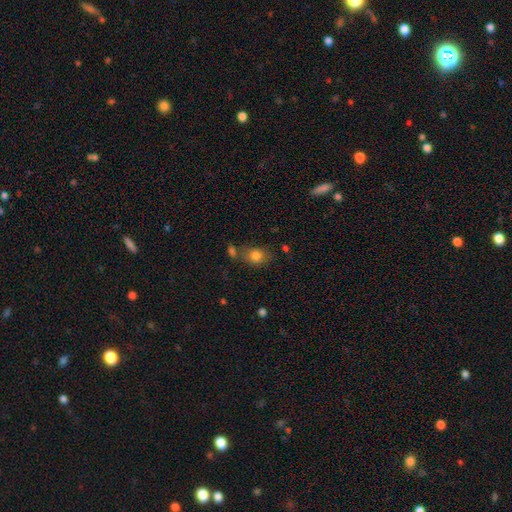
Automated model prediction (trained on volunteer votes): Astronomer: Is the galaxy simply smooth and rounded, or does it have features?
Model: smooth — 80%.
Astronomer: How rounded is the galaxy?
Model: in between — 58% (runner-up: round, 41%).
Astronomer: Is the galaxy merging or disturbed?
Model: none — 61%.